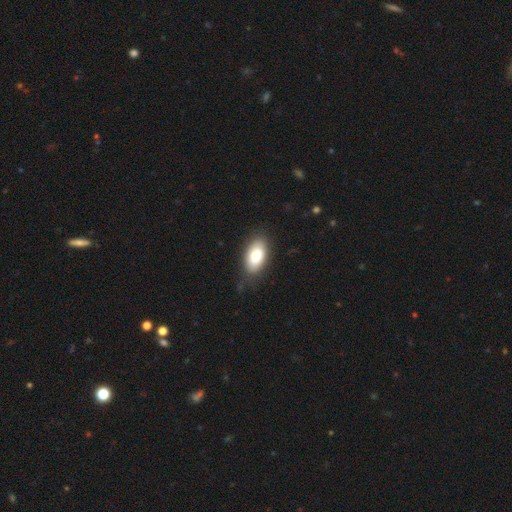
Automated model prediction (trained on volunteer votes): This appears to be a smooth galaxy with no disk features (81%) that is in between round and cigar-shaped (93%). Merging: none (78%).